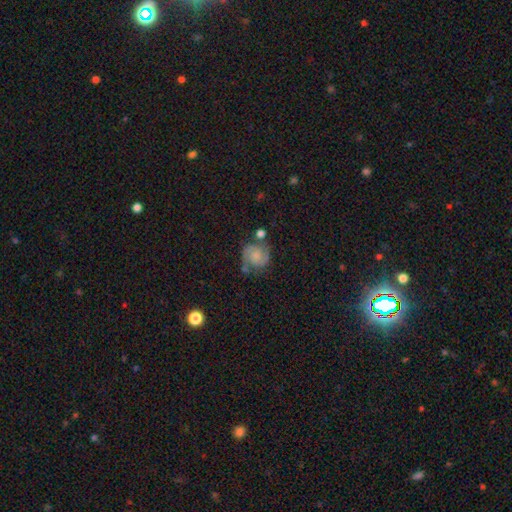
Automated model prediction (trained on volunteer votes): Smooth or featured: featured or disk — 70% (smooth — 22%)
Edge-on disk: no — 98% (yes — 2%)
Bar: no — 68% (weak — 28%)
Spiral arms: yes — 94% (no — 6%)
Spiral winding: medium — 46% (tight — 40%)
Spiral arm count: 2 — 87% (can't tell — 6%)
Bulge size: small — 42% (moderate — 32%)
Merging: none — 61% (minor disturbance — 19%)